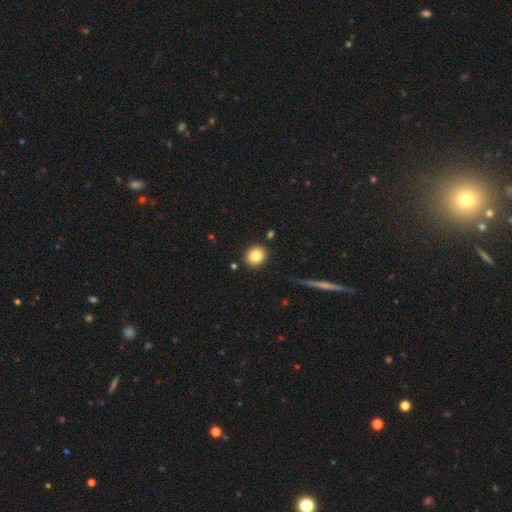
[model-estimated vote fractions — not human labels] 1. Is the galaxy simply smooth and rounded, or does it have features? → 83% smooth, 9% star or artifact, 7% featured or disk.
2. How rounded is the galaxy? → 77% round, 22% in between, 1% cigar-shaped.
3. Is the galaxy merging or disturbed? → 89% none, 7% minor disturbance, 3% merger, 2% major disturbance.